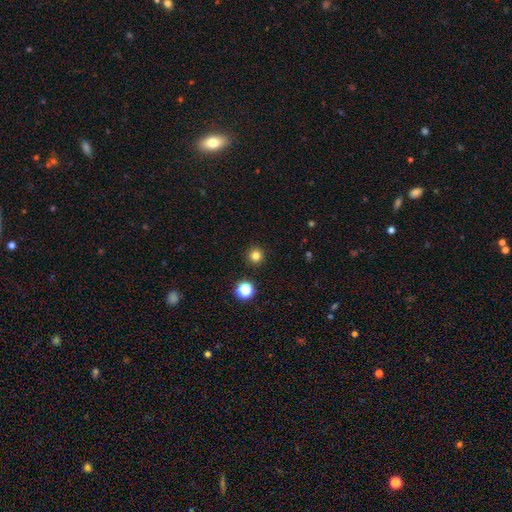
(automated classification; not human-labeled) Q: Smooth or featured?
A: smooth (80%); runner-up: star or artifact (15%)
Q: How rounded?
A: round (96%); runner-up: in between (3%)
Q: Merging?
A: none (93%); runner-up: minor disturbance (4%)